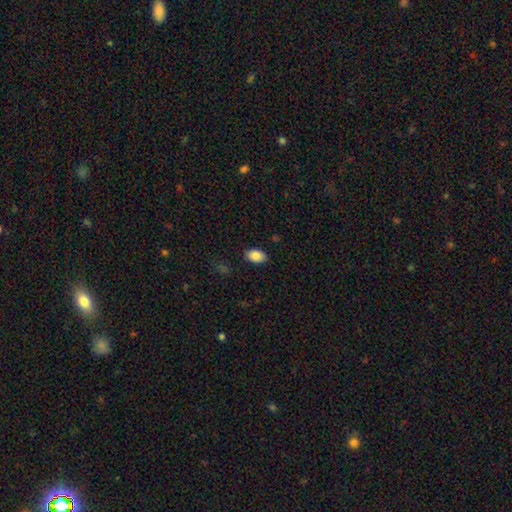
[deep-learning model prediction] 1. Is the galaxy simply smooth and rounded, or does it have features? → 88% smooth, 7% star or artifact, 5% featured or disk.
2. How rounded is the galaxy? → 90% in between, 8% round, 1% cigar-shaped.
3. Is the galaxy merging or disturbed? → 87% none, 10% minor disturbance, 2% major disturbance, 1% merger.